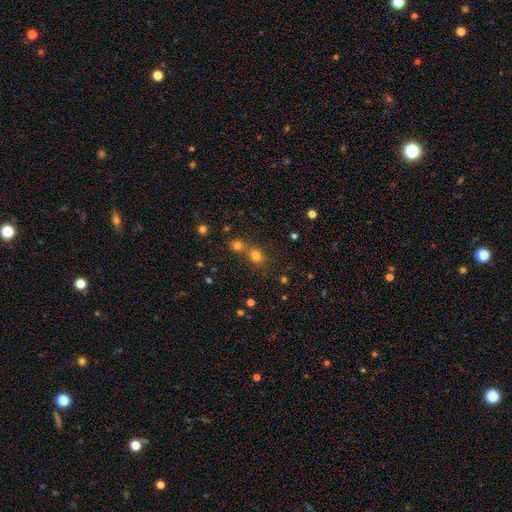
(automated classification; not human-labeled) Overall: smooth (71%). How rounded: round (83%). Merging: none (53%; merger 37%).